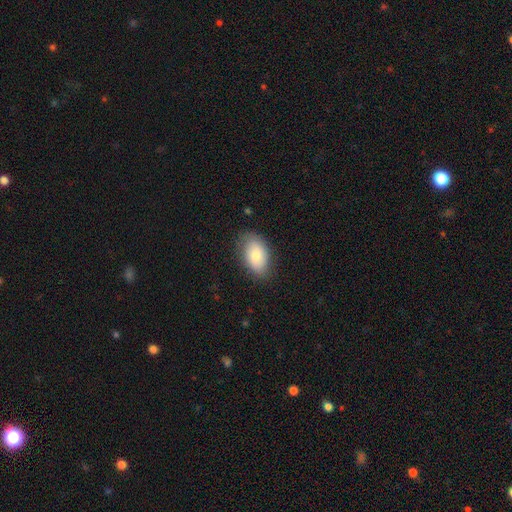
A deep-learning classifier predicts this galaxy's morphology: A smooth galaxy with no disk features (74%) that is in between round and cigar-shaped (90%).

Vote fractions:
- Smooth or featured? smooth: 74% / featured or disk: 19% / star or artifact: 7%
- How rounded? in between: 90% / round: 8% / cigar-shaped: 1%
- Merging? none: 80% / minor disturbance: 16% / major disturbance: 4% / merger: 1%